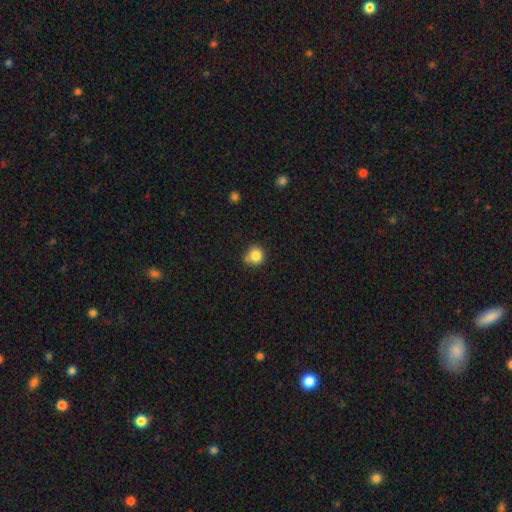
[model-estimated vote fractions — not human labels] A smooth galaxy with no disk features (83%) that is round (89%). Merging: none (65%).